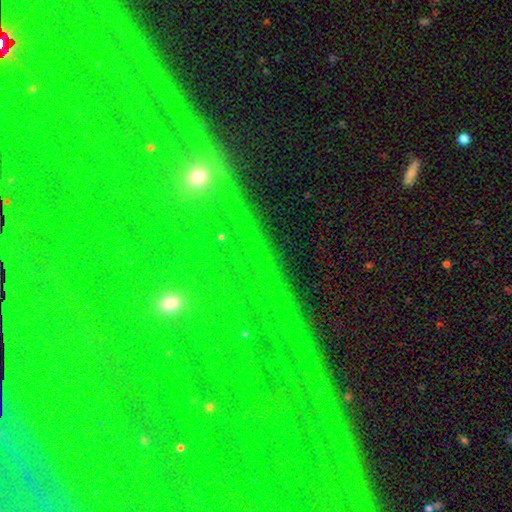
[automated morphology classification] A star or artifact, not a galaxy (66%).

Vote fractions:
- Smooth or featured? star or artifact: 66% / featured or disk: 18% / smooth: 16%